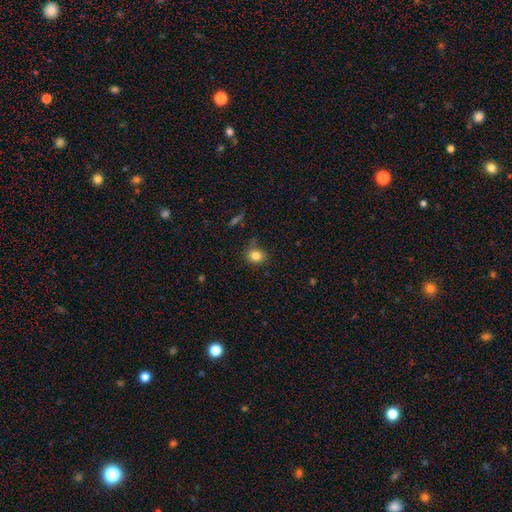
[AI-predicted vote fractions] This is clearly a smooth galaxy (83%). How rounded: likely round (72%). Merging: likely none (76%).